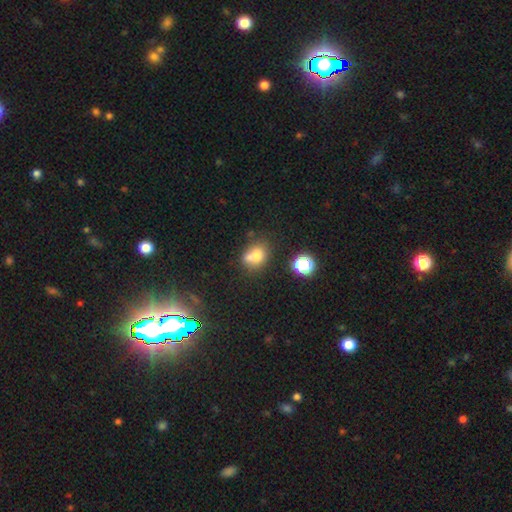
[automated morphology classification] smooth_or_featured: smooth (p=0.71) [alt: featured or disk p=0.15]
how_rounded: round (p=0.54) [alt: in between p=0.45]
merging: none (p=0.43) [alt: merger p=0.35]